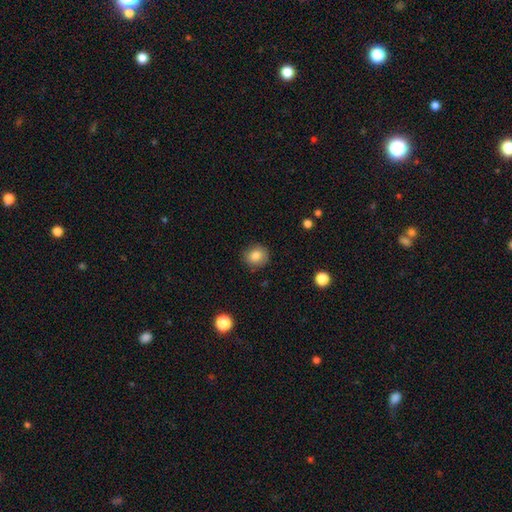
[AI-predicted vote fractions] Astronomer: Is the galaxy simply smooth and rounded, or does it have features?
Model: smooth — 83%.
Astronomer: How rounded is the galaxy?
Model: round — 84%.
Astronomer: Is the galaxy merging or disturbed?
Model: none — 86%.